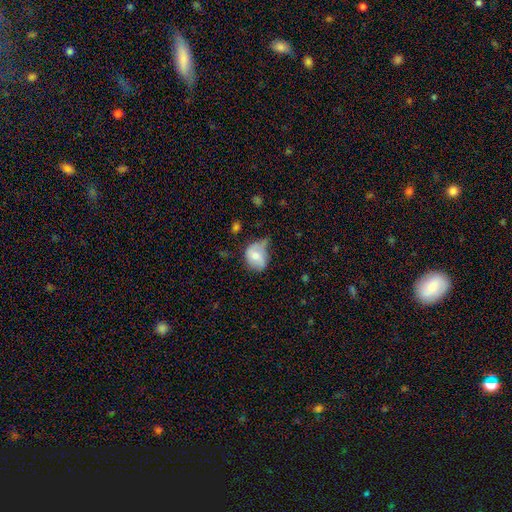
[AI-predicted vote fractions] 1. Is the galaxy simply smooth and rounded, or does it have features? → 60% smooth, 32% featured or disk, 8% star or artifact.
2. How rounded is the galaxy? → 55% in between, 44% round, 1% cigar-shaped.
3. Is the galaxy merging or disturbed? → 43% minor disturbance, 30% none, 21% major disturbance, 5% merger.